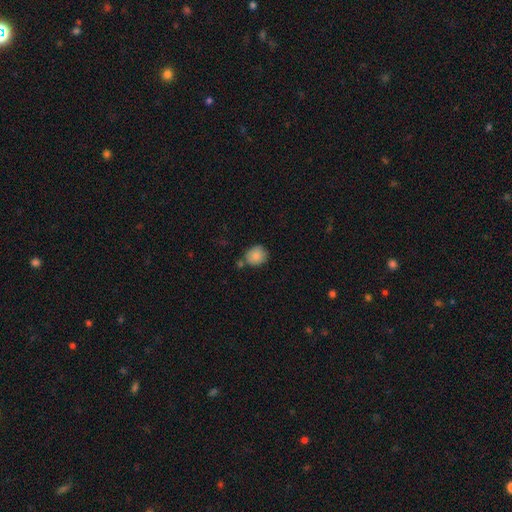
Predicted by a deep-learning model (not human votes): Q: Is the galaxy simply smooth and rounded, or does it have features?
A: smooth — 87%.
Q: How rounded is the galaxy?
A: round — 73%.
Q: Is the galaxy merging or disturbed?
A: none — 69%.